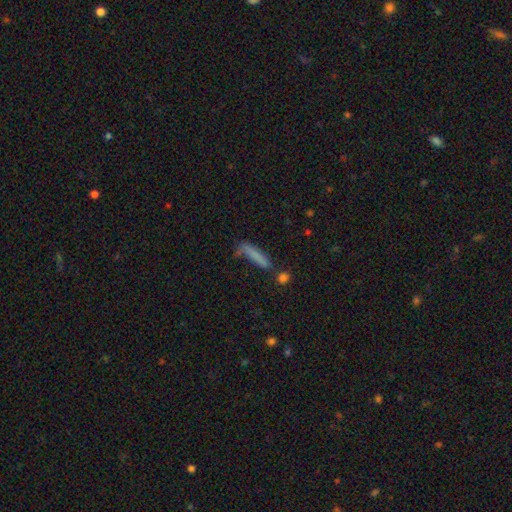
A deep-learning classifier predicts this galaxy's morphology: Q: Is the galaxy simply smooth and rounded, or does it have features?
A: smooth — 75%.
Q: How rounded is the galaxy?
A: cigar-shaped — 89%.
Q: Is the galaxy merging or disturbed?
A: none — 58%.